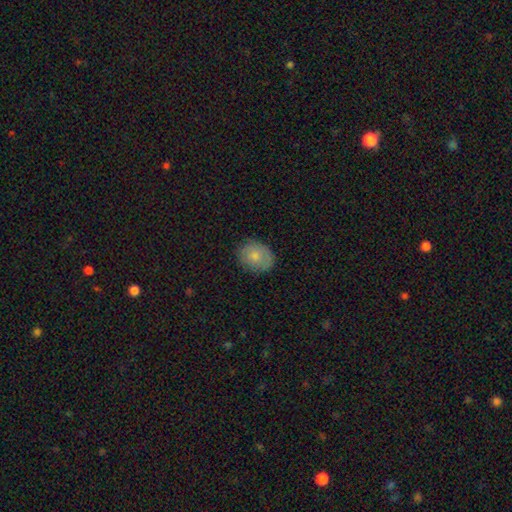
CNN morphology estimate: smooth 77%, featured or disk 15%, star or artifact 8%. Down the decision tree: how rounded — round (51%); merging — none (78%).